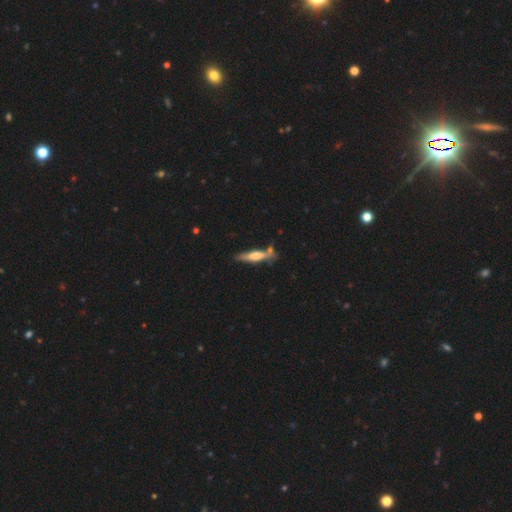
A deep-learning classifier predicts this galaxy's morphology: type=featured or disk (52%); edge-on=yes (90%); merging=none (70%).